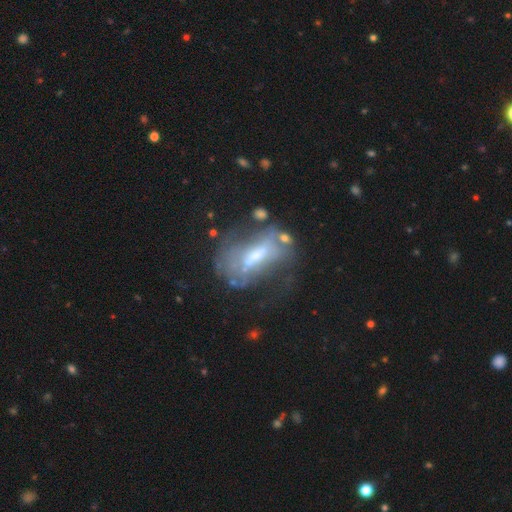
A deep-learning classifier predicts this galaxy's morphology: A featured or disk galaxy (63%) with a strong bar (42%), no spiral arms (63%) and a moderate central bulge (45%). Merging: none (38%).